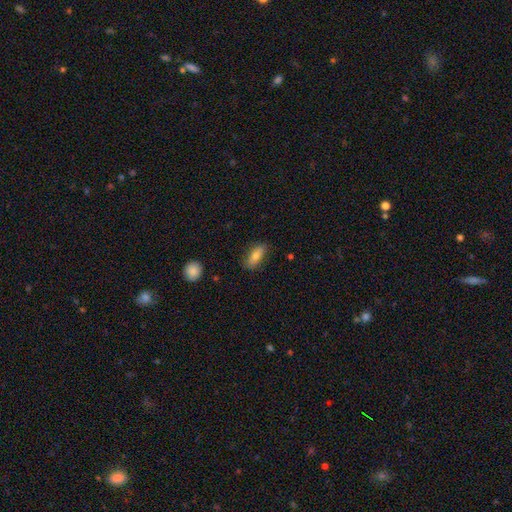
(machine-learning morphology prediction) Smooth or featured: smooth — 74% (featured or disk — 19%)
How rounded: in between — 71% (cigar-shaped — 26%)
Merging: none — 81% (minor disturbance — 15%)